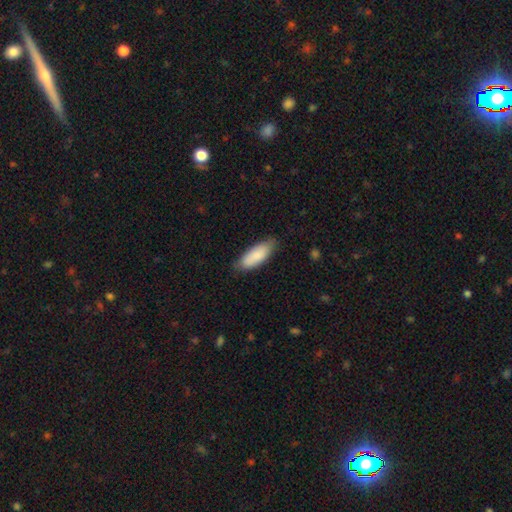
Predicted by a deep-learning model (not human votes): Smooth or featured? Predicted: smooth (p=0.85). How rounded? Predicted: in between (p=0.76). Merging? Predicted: none (p=0.78).